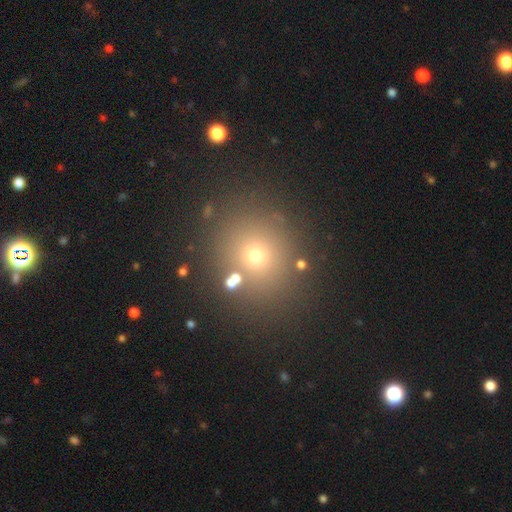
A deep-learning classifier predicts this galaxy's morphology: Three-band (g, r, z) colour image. It shows a smooth galaxy with no disk features (66%) that is round (84%). Merging: none (81%).